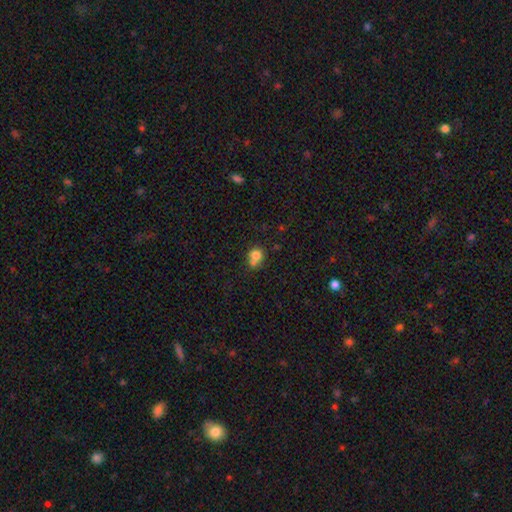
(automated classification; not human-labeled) This appears to be a smooth galaxy with no disk features (77%) that is round (81%). Merging: merger (43%).